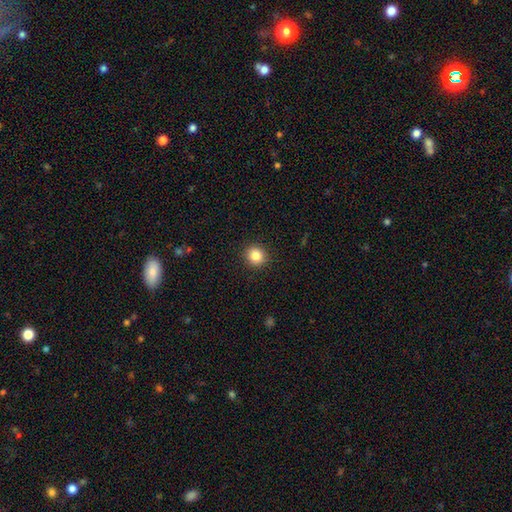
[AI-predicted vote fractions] Smooth or featured? Predicted: smooth (p=0.84). How rounded? Predicted: round (p=0.89). Merging? Predicted: none (p=0.91).